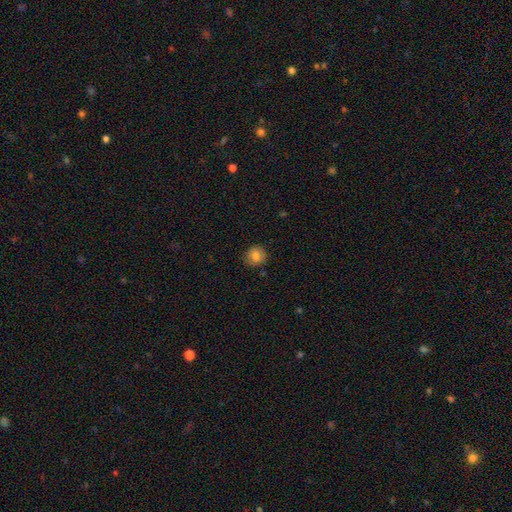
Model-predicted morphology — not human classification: The model was most divided on "merging": none: 83%, minor disturbance: 13%, major disturbance: 3%, merger: 1%. More confident: how rounded — round (89%); smooth or featured — smooth (81%).